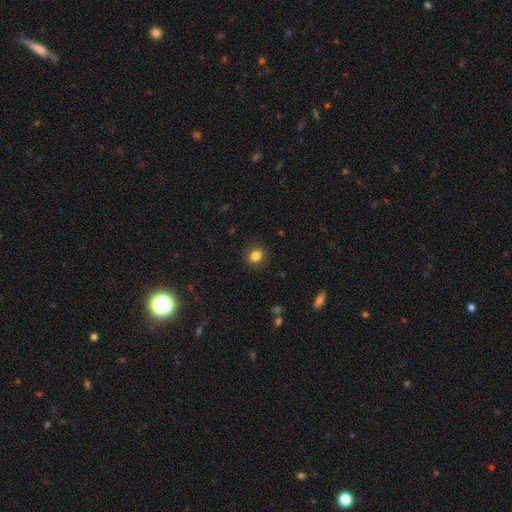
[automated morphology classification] smooth 84%, star or artifact 11%, featured or disk 6%. Down the decision tree: how rounded — round (70%); merging — none (88%).